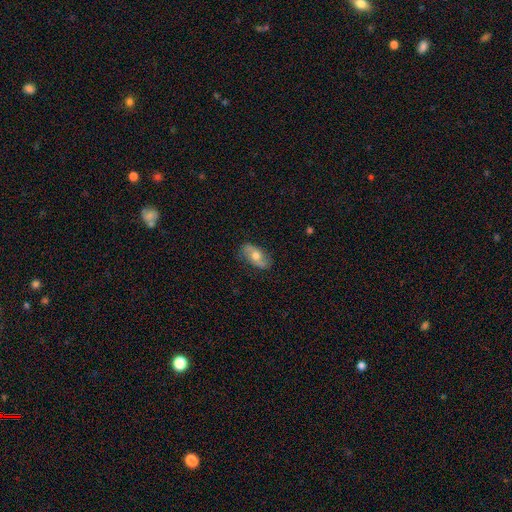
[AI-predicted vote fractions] The model was most divided on "smooth or featured": featured or disk: 49%, smooth: 44%, star or artifact: 7%. More confident: merging — none (81%).